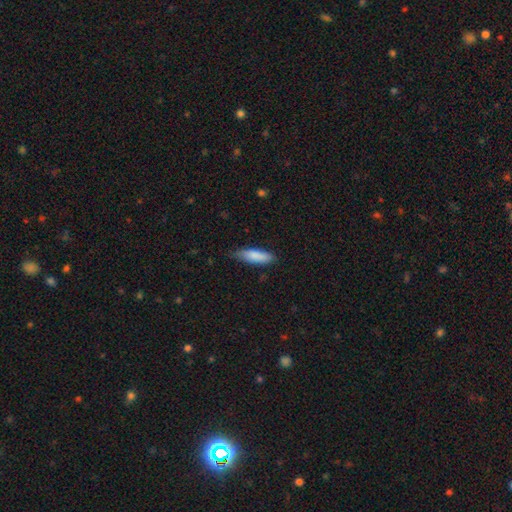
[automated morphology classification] Smooth or featured? smooth (84%)
How rounded? cigar-shaped (50%)
Merging? none (71%)